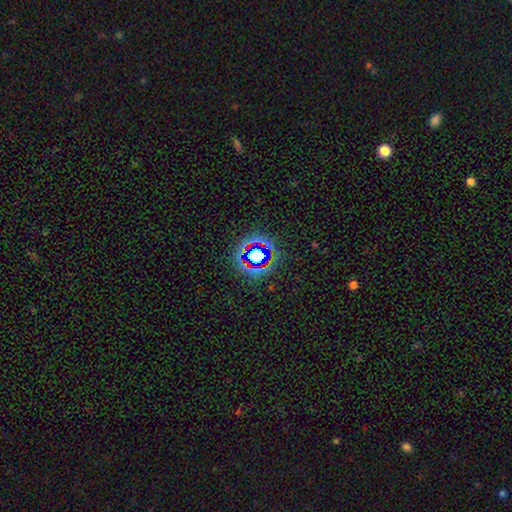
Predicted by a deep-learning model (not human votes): Q: Smooth or featured?
A: star or artifact (66%); runner-up: smooth (21%)